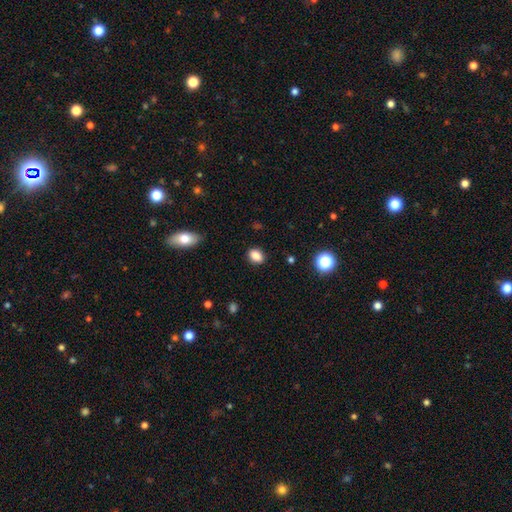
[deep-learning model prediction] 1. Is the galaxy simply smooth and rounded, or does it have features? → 84% smooth, 10% star or artifact, 5% featured or disk.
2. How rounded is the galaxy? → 66% in between, 32% round, 2% cigar-shaped.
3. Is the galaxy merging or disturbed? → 88% none, 9% minor disturbance, 2% major disturbance, 1% merger.